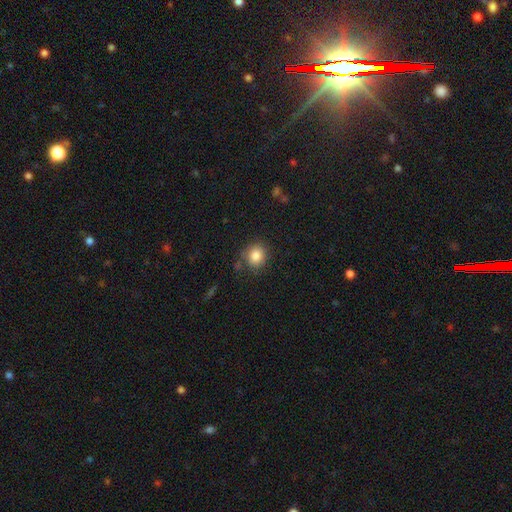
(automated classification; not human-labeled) smooth 85%, star or artifact 10%, featured or disk 6%. Down the decision tree: how rounded — round (81%); merging — none (79%).